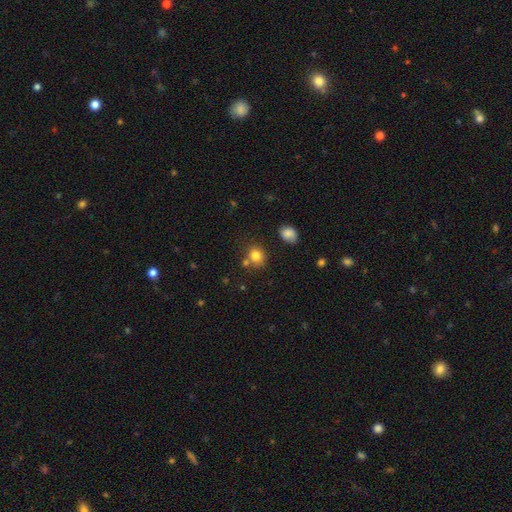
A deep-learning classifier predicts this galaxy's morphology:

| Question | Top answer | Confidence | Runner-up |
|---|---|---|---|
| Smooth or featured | smooth | 80% | star or artifact (12%) |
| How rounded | round | 70% | in between (29%) |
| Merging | none | 69% | merger (15%) |